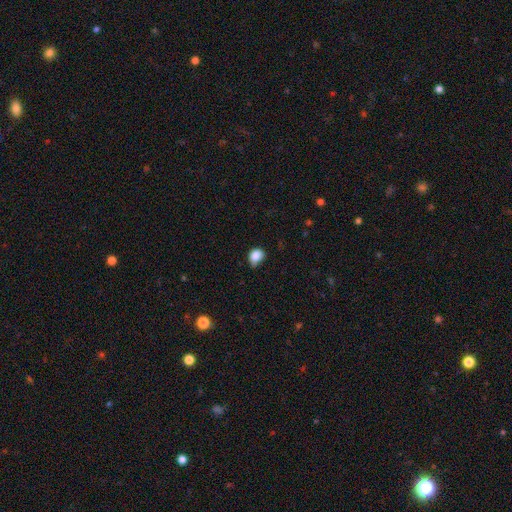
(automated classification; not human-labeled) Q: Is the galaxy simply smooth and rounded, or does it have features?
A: smooth — 86%.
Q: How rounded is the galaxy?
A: in between — 51%.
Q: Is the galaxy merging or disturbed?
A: none — 46%.